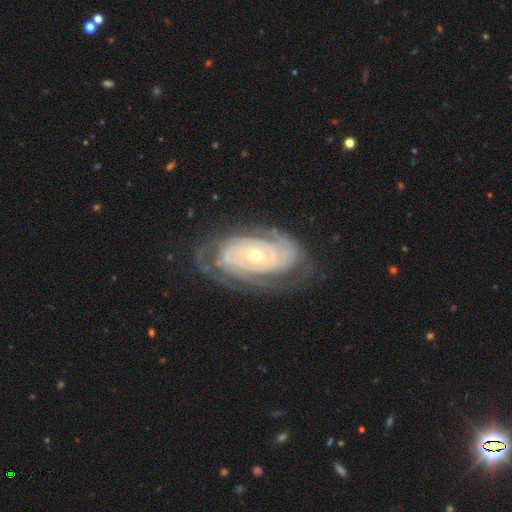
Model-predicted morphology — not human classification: This appears to be a featured or disk galaxy (88%) with no bar (75%), tight (81%) spiral arms (93%) and a small central bulge (52%). Merging: none (72%).